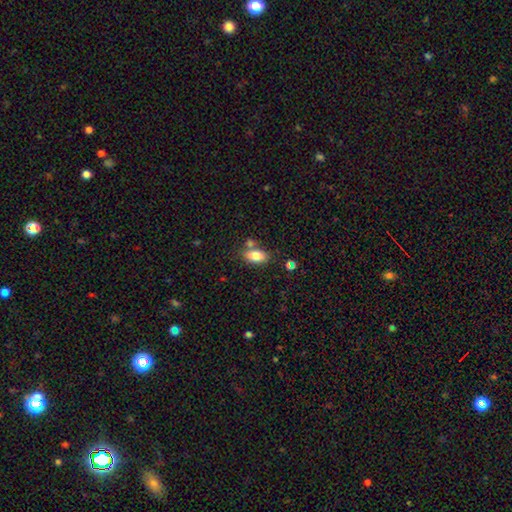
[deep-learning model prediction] A smooth galaxy with no disk features (82%) that is in between round and cigar-shaped (90%).

Vote fractions:
- Smooth or featured? smooth: 82% / featured or disk: 9% / star or artifact: 9%
- How rounded? in between: 90% / round: 6% / cigar-shaped: 4%
- Merging? none: 66% / merger: 17% / minor disturbance: 13% / major disturbance: 4%